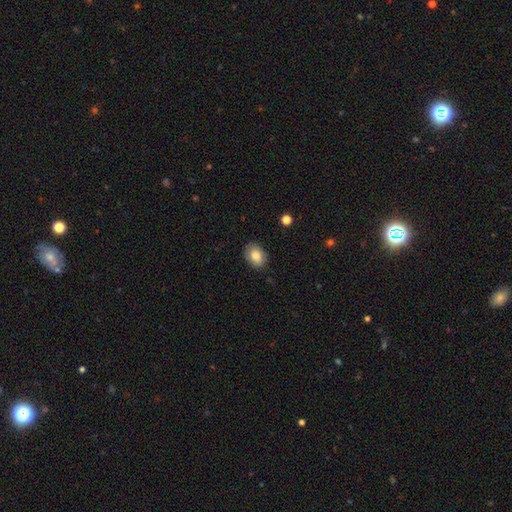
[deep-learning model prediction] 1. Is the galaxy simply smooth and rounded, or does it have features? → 81% smooth, 11% featured or disk, 8% star or artifact.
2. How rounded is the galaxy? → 75% in between, 24% round, 1% cigar-shaped.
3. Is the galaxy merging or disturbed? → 83% none, 13% minor disturbance, 3% major disturbance, 1% merger.